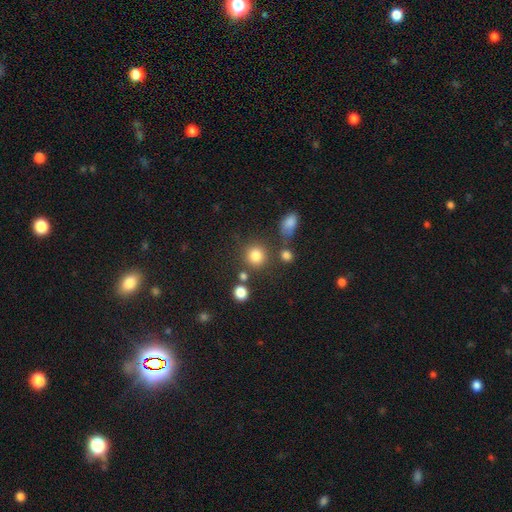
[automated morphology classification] Q: Smooth or featured?
A: smooth (81%); runner-up: star or artifact (13%)
Q: How rounded?
A: round (89%); runner-up: in between (10%)
Q: Merging?
A: none (75%); runner-up: merger (10%)